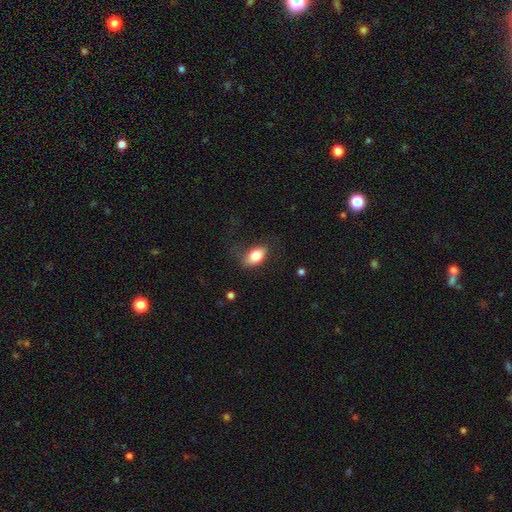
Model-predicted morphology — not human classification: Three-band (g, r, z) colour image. It shows a smooth galaxy with no disk features (80%) that is in between round and cigar-shaped (90%). Merging: none (67%).